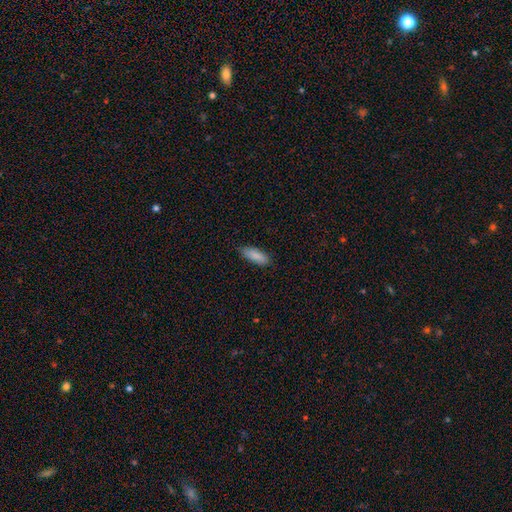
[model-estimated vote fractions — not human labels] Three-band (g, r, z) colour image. It shows a smooth galaxy with no disk features (88%) that is in between round and cigar-shaped (70%). Merging: none (85%).